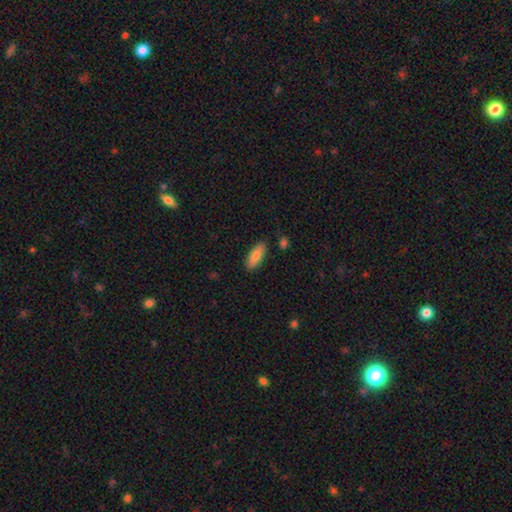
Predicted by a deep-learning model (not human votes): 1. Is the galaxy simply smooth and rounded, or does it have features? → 78% smooth, 15% featured or disk, 6% star or artifact.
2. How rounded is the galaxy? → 72% in between, 25% cigar-shaped, 2% round.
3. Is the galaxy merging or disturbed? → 85% none, 11% minor disturbance, 2% merger, 2% major disturbance.